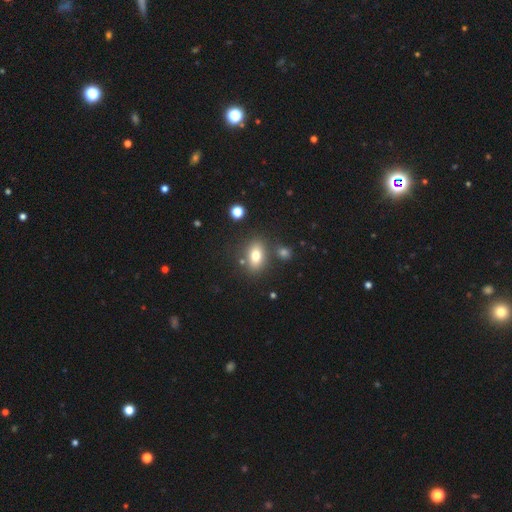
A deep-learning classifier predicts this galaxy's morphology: A smooth galaxy with no disk features (77%) that is in between round and cigar-shaped (81%).

Vote fractions:
- Smooth or featured? smooth: 77% / featured or disk: 13% / star or artifact: 10%
- How rounded? in between: 81% / round: 15% / cigar-shaped: 3%
- Merging? none: 75% / minor disturbance: 11% / merger: 9% / major disturbance: 4%